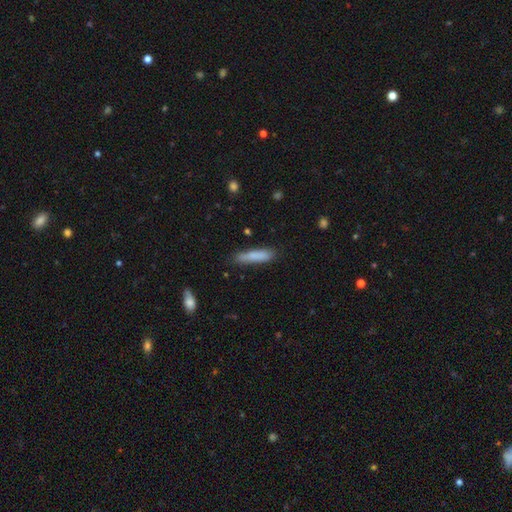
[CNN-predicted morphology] A smooth galaxy with no disk features (81%) that is cigar-shaped (84%).

Vote fractions:
- Smooth or featured? smooth: 81% / featured or disk: 12% / star or artifact: 6%
- How rounded? cigar-shaped: 84% / in between: 15% / round: 1%
- Merging? none: 79% / minor disturbance: 16% / major disturbance: 3% / merger: 2%